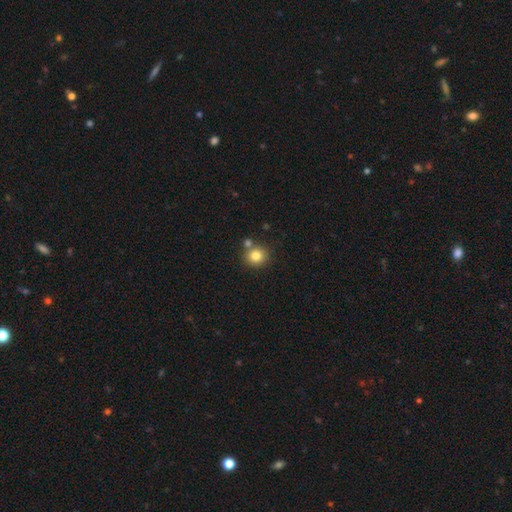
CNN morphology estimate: Smooth or featured?
  - smooth: 81% *
  - star or artifact: 11%
  - featured or disk: 8%
How rounded?
  - round: 87% *
  - in between: 12%
  - cigar-shaped: 1%
Merging?
  - none: 72% *
  - merger: 16%
  - minor disturbance: 9%
  - major disturbance: 3%